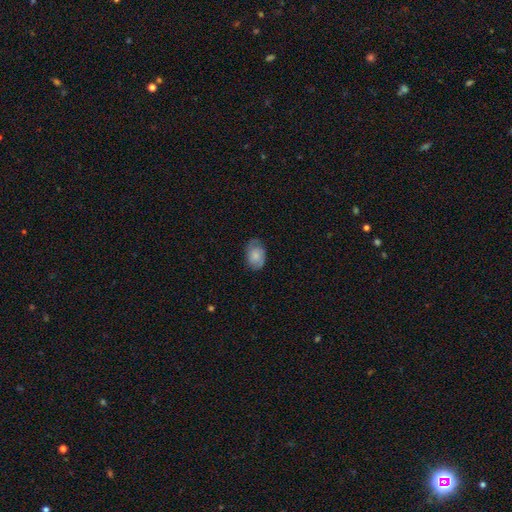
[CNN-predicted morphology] This appears to be a smooth galaxy with no disk features (69%) that is in between round and cigar-shaped (84%). Merging: none (68%).